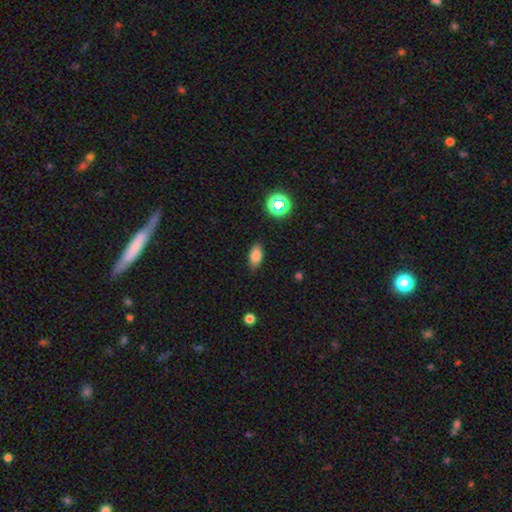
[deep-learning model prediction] Smooth or featured?
  - smooth: 79% *
  - star or artifact: 11%
  - featured or disk: 10%
How rounded?
  - in between: 87% *
  - cigar-shaped: 7%
  - round: 6%
Merging?
  - none: 81% *
  - minor disturbance: 15%
  - major disturbance: 3%
  - merger: 1%